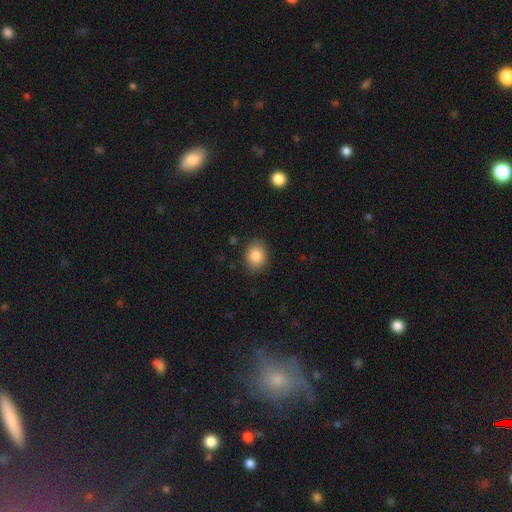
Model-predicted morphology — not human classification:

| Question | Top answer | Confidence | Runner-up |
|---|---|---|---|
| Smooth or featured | smooth | 86% | star or artifact (8%) |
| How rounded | in between | 52% | round (47%) |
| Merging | none | 84% | minor disturbance (12%) |